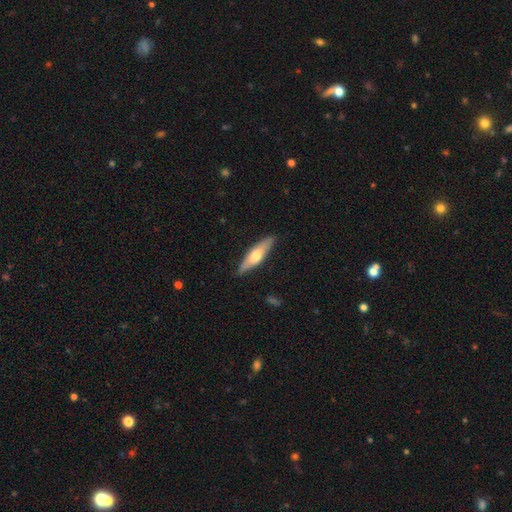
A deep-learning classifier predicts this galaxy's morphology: smooth 49%, featured or disk 46%, star or artifact 5%. Down the decision tree: merging — none (85%).